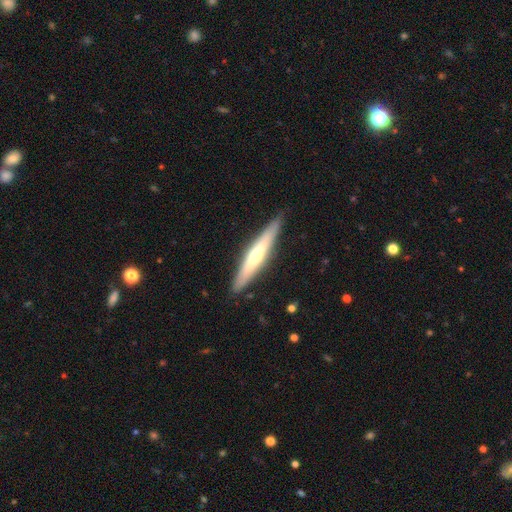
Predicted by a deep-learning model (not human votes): The model was most divided on "smooth or featured": featured or disk: 53%, smooth: 41%, star or artifact: 6%. More confident: edge-on disk — yes (92%); merging — none (88%).